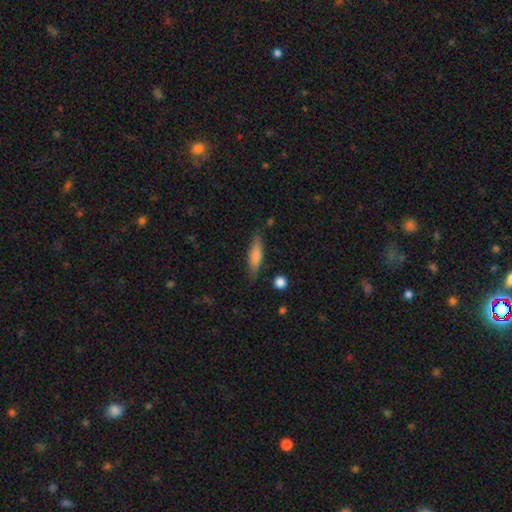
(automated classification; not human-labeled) Smooth or featured: smooth — 69% (featured or disk — 25%)
How rounded: cigar-shaped — 61% (in between — 37%)
Merging: none — 75% (minor disturbance — 19%)